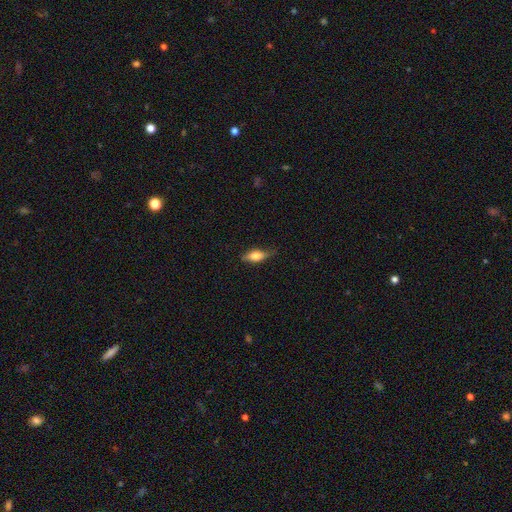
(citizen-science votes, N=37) Overall: smooth (81%). How rounded: in between (77%). Merging: none (51%; minor disturbance 49%).